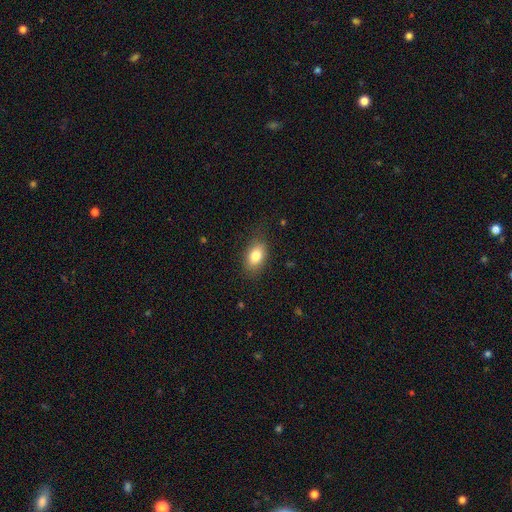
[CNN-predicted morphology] smooth-or-featured: smooth: 82% | featured or disk: 10% | star or artifact: 8%
  how-rounded: in between: 86% | round: 11% | cigar-shaped: 2%
  merging: none: 80% | minor disturbance: 15% | major disturbance: 4% | merger: 1%